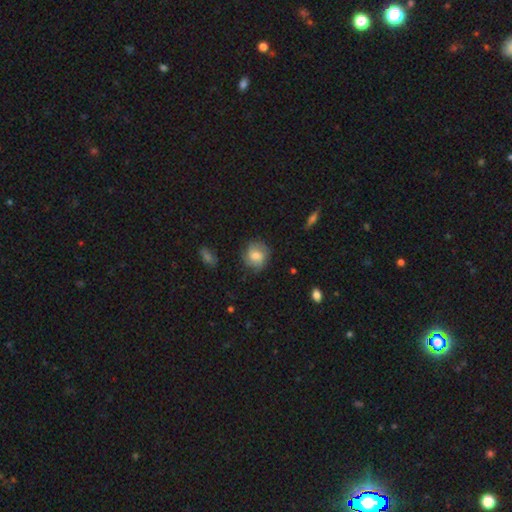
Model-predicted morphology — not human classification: Overall: smooth (58%; featured or disk 34%). How rounded: round (79%). Merging: none (73%).